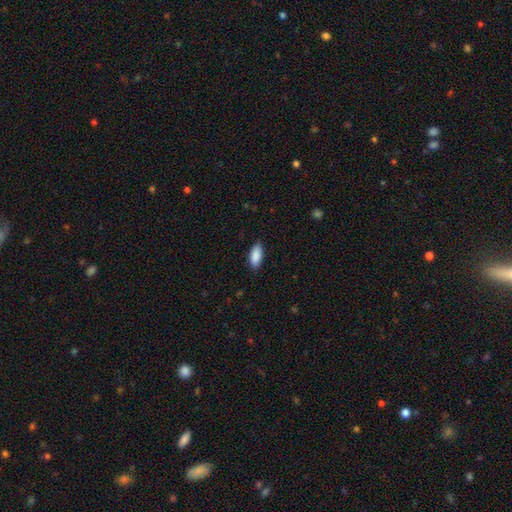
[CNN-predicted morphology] smooth 90%, star or artifact 6%, featured or disk 4%. Down the decision tree: how rounded — in between (85%); merging — none (85%).